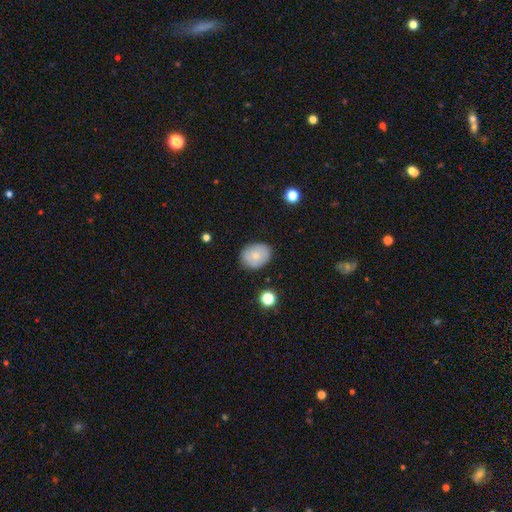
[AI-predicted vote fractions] smooth-or-featured: smooth: 74% | featured or disk: 18% | star or artifact: 8%
  how-rounded: in between: 56% | round: 43% | cigar-shaped: 1%
  merging: none: 82% | minor disturbance: 13% | major disturbance: 3% | merger: 2%